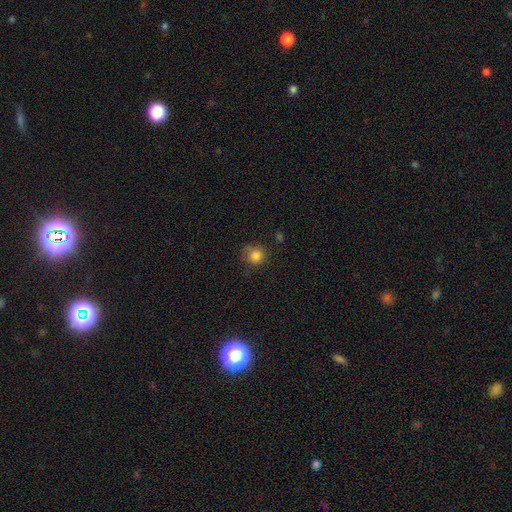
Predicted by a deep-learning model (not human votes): This is clearly a smooth galaxy (84%). How rounded: clearly round (86%). Merging: likely none (63%).